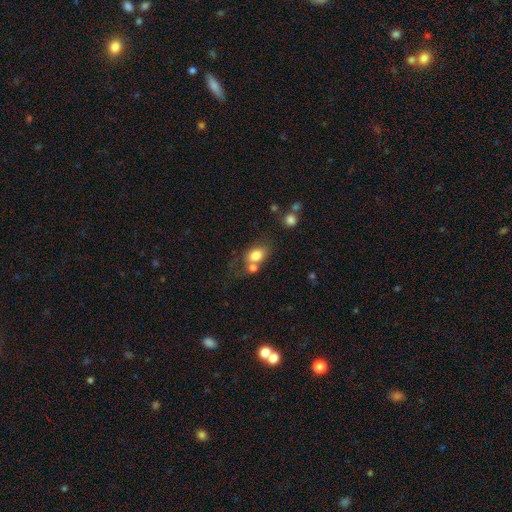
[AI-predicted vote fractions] Overall: smooth (79%). How rounded: in between (71%). Merging: none (41%; merger 34%).